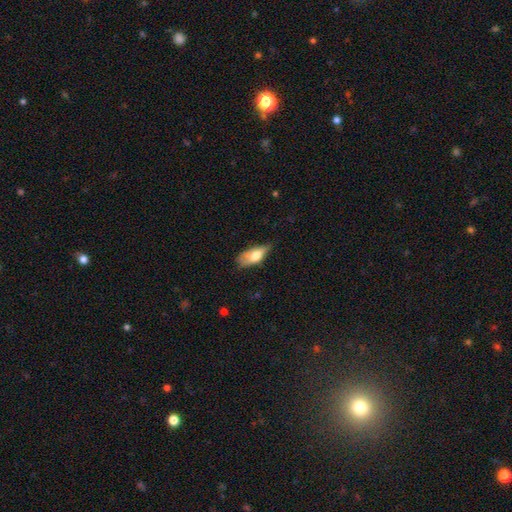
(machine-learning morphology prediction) The model was most divided on "merging": minor disturbance: 41%, none: 38%, major disturbance: 17%, merger: 3%. More confident: how rounded — in between (82%); smooth or featured — smooth (68%).